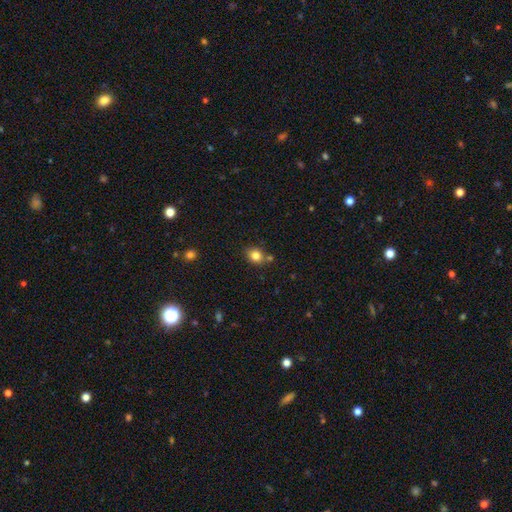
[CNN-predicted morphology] The model was most divided on "how rounded": round: 69%, in between: 30%, cigar-shaped: 1%. More confident: smooth or featured — smooth (81%); merging — none (73%).